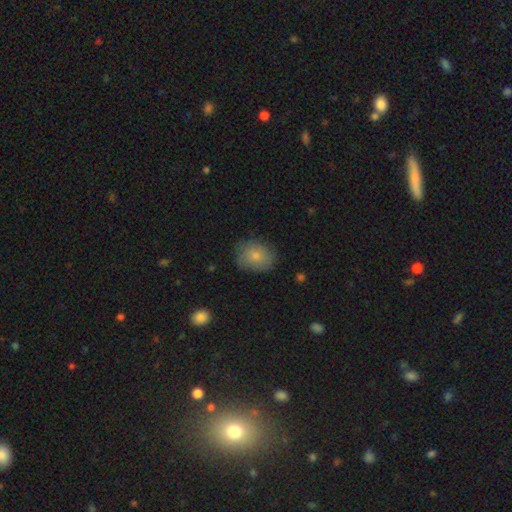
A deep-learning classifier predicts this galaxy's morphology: Smooth or featured: smooth — 79% (featured or disk — 13%)
How rounded: round — 51% (in between — 48%)
Merging: none — 75% (minor disturbance — 19%)